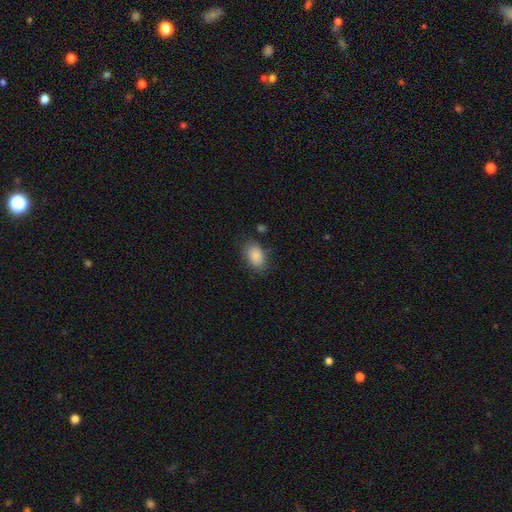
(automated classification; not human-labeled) Overall: smooth (87%). How rounded: in between (88%). Merging: none (75%).